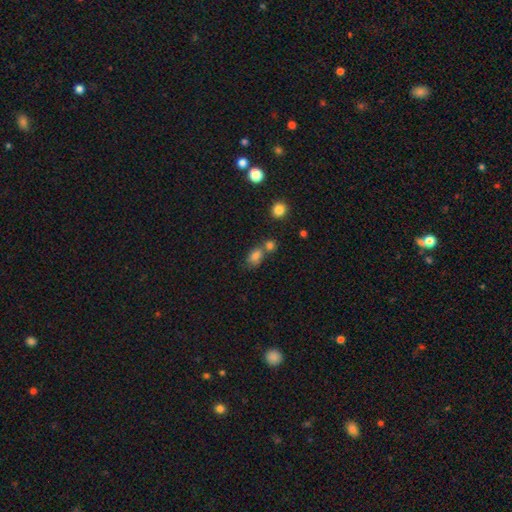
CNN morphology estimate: type=smooth (78%); roundness=in between (70%); merging=none (43%).